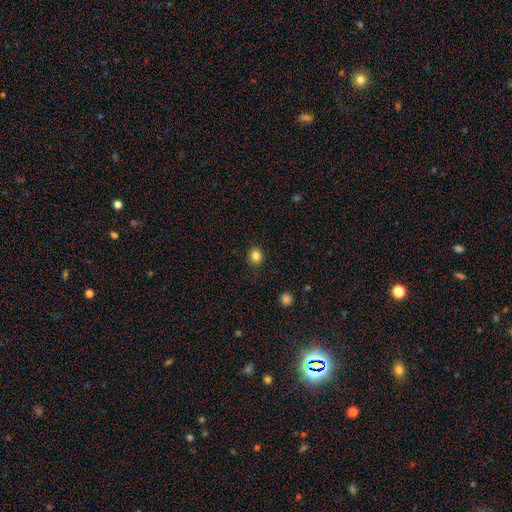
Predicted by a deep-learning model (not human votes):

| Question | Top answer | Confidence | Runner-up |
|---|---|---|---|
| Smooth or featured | smooth | 83% | star or artifact (12%) |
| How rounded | round | 78% | in between (21%) |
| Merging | none | 89% | minor disturbance (8%) |